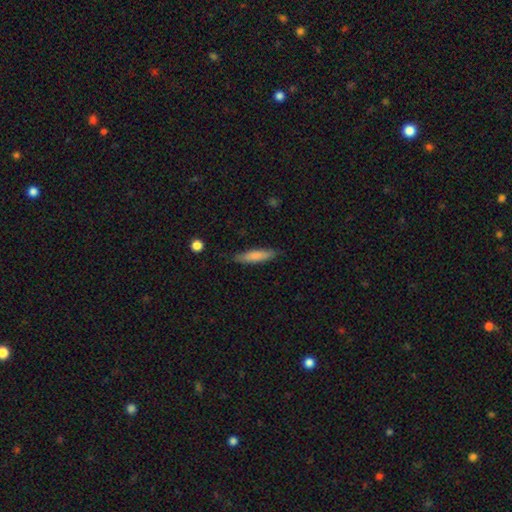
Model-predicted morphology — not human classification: smooth-or-featured: smooth: 79% | featured or disk: 15% | star or artifact: 6%
  how-rounded: cigar-shaped: 80% | in between: 19% | round: 1%
  merging: none: 84% | minor disturbance: 13% | major disturbance: 2% | merger: 1%